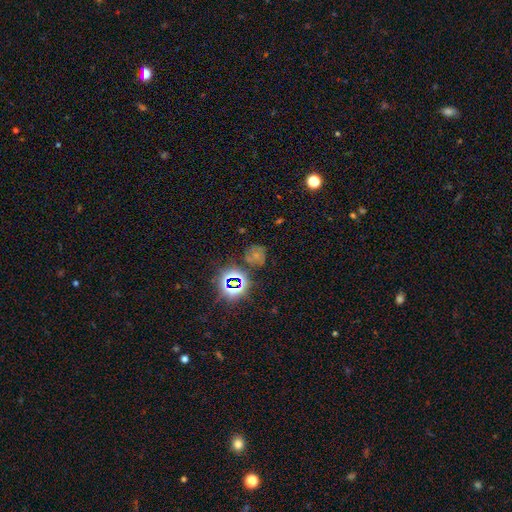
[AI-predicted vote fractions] Smooth or featured: star or artifact — 48% (smooth — 29%)